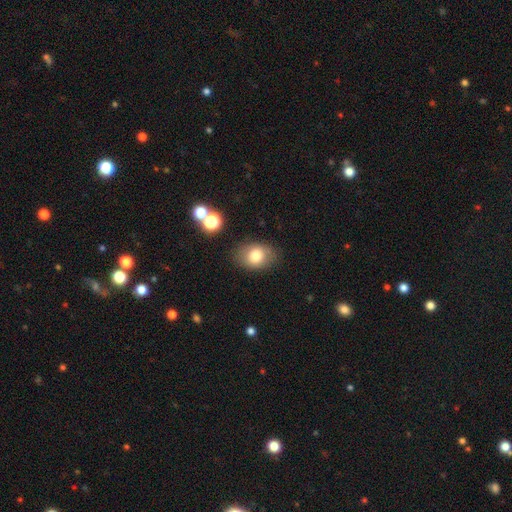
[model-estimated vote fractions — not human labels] smooth 79%, featured or disk 12%, star or artifact 9%. Down the decision tree: how rounded — in between (68%); merging — none (79%).